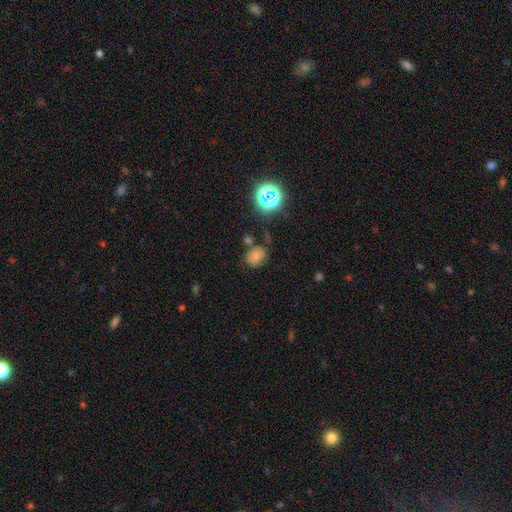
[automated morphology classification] smooth-or-featured: smooth: 67% | star or artifact: 22% | featured or disk: 12%
  how-rounded: round: 55% | in between: 44% | cigar-shaped: 1%
  merging: none: 63% | minor disturbance: 20% | merger: 11% | major disturbance: 7%